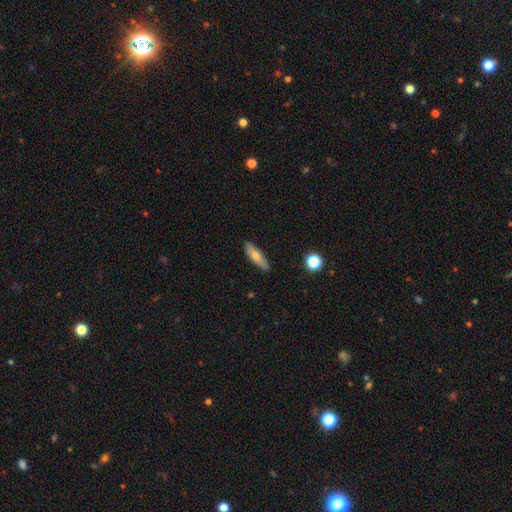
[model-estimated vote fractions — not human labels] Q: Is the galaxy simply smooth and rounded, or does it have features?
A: smooth — 68%.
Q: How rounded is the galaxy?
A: cigar-shaped — 66%.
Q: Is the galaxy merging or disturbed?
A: none — 86%.